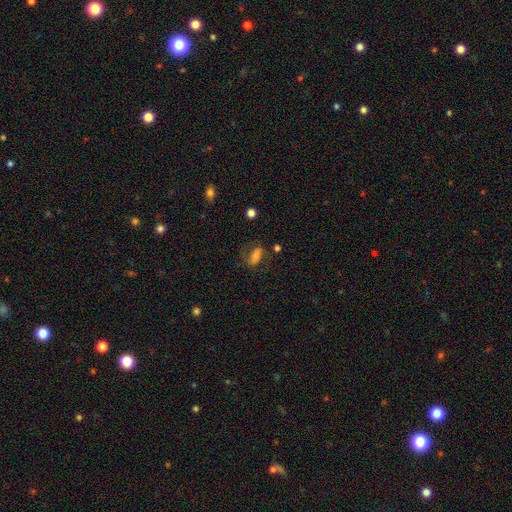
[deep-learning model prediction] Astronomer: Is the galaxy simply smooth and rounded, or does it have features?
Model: smooth — 54% (runner-up: featured or disk, 33%).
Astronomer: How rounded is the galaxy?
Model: in between — 78%.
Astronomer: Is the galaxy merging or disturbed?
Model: none — 55%.